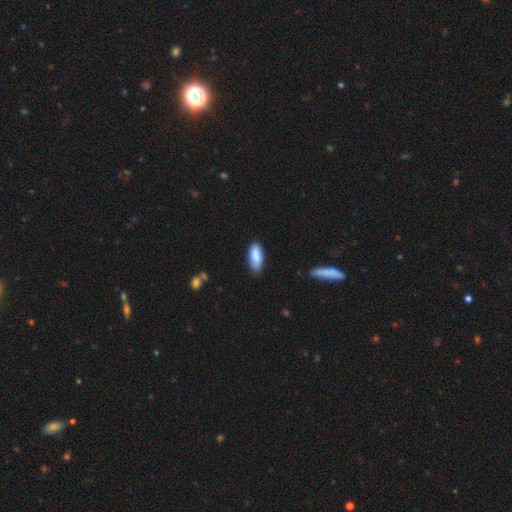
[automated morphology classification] Overall: smooth (87%). How rounded: in between (83%). Merging: none (72%).